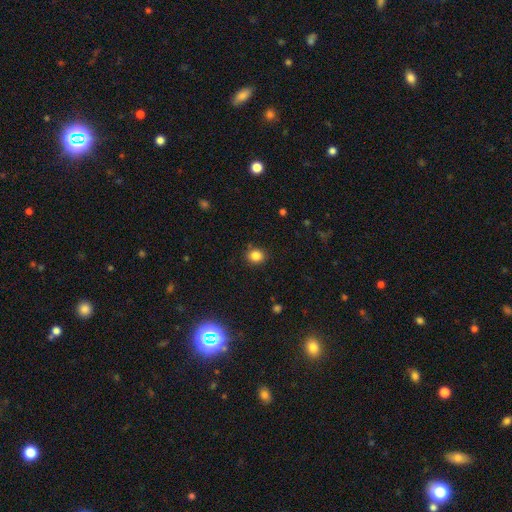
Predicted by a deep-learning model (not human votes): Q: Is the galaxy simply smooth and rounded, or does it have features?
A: smooth — 84%.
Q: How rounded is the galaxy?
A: round — 80%.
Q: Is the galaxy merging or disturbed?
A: none — 86%.